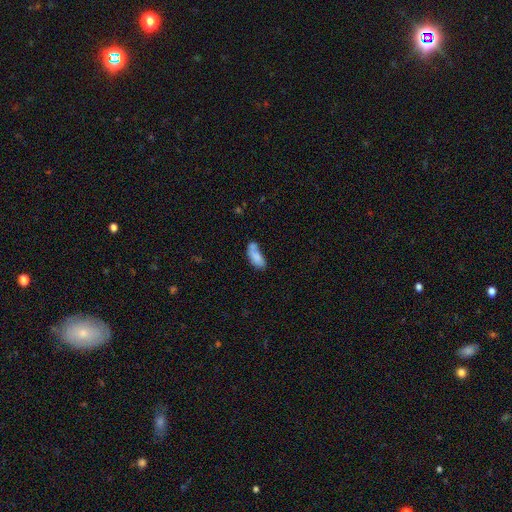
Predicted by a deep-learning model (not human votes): Smooth or featured? Predicted: smooth (p=0.76). How rounded? Predicted: in between (p=0.75). Merging? Predicted: none (p=0.41).